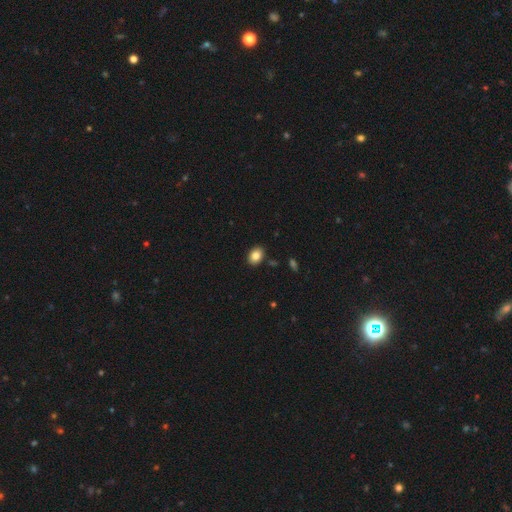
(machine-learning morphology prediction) Smooth or featured: smooth — 85% (star or artifact — 9%)
How rounded: in between — 74% (round — 25%)
Merging: none — 88% (minor disturbance — 8%)